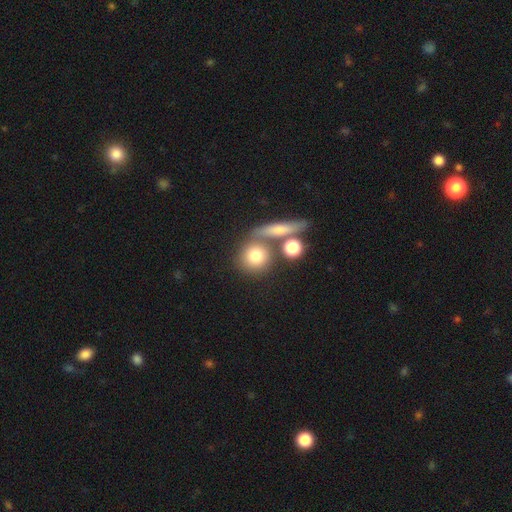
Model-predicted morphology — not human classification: Smooth or featured? smooth (74%)
How rounded? round (84%)
Merging? none (58%)